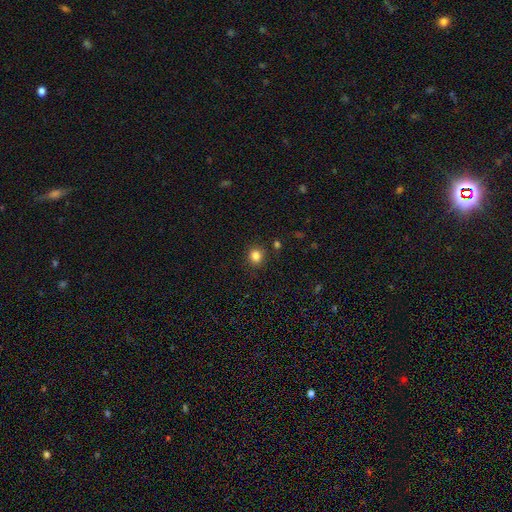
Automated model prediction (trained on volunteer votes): Smooth or featured? Predicted: smooth (p=0.84). How rounded? Predicted: round (p=0.87). Merging? Predicted: none (p=0.89).